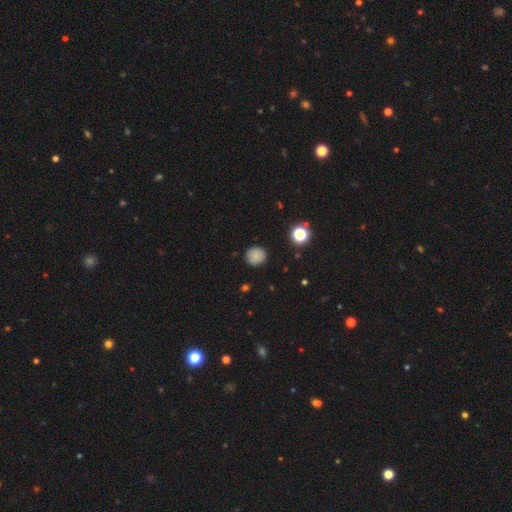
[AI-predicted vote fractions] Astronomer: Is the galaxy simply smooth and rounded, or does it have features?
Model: smooth — 83%.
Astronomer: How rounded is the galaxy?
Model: round — 91%.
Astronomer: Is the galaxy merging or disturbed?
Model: none — 87%.